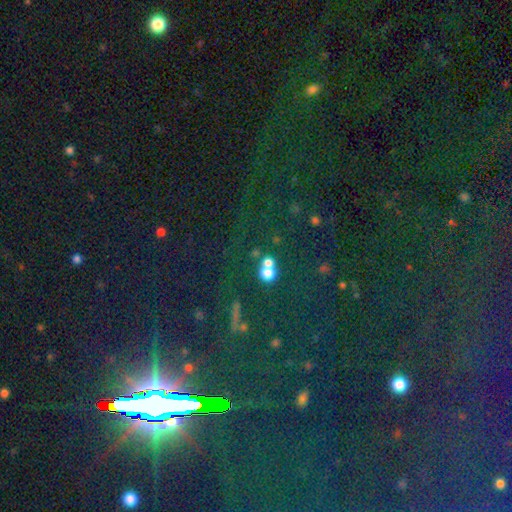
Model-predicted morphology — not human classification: A star or artifact, not a galaxy (83%).

Vote fractions:
- Smooth or featured? star or artifact: 83% / smooth: 9% / featured or disk: 8%